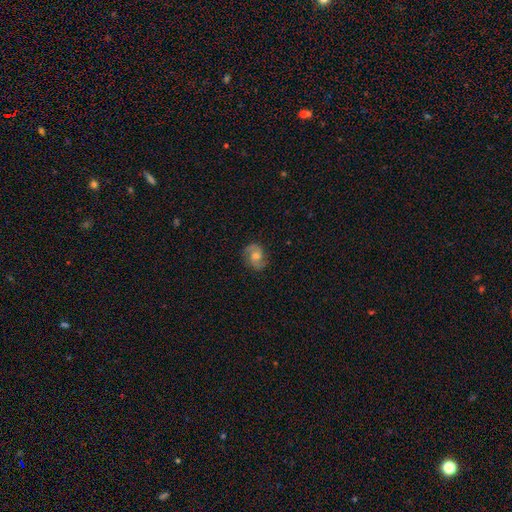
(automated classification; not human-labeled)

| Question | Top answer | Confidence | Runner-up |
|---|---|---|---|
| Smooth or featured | featured or disk | 77% | smooth (15%) |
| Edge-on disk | no | 98% | yes (2%) |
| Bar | no | 58% | weak (36%) |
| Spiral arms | yes | 95% | no (5%) |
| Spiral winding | medium | 52% | tight (25%) |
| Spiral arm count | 2 | 91% | can't tell (4%) |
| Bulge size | moderate | 65% | small (24%) |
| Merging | none | 83% | minor disturbance (12%) |